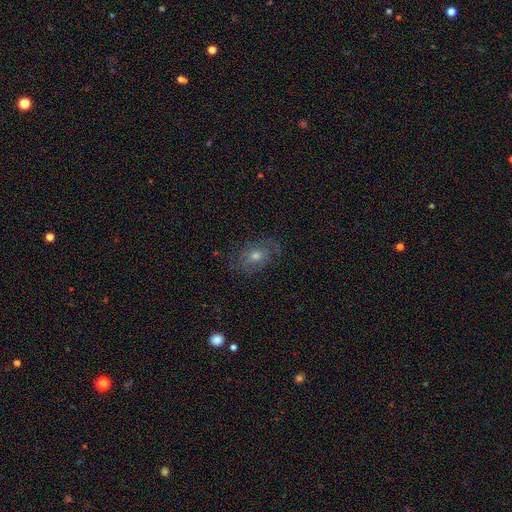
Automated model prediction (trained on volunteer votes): The model was most divided on "smooth or featured": featured or disk: 55%, smooth: 30%, star or artifact: 15%. More confident: edge-on disk — no (94%); spiral arms — yes (79%); bar — no (77%); merging — none (75%); bulge size — moderate (62%).